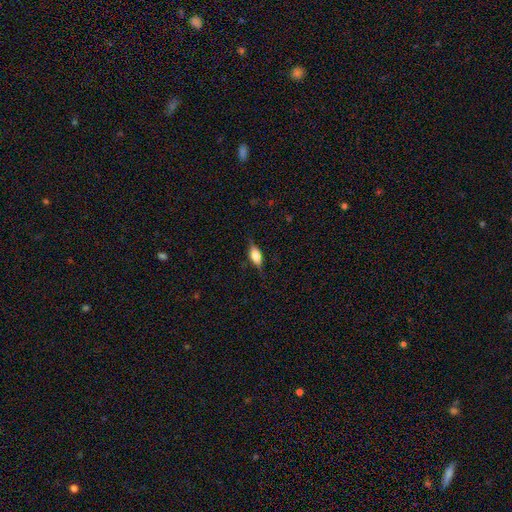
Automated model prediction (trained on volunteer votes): Morphology: type=smooth (50%); merging=none (76%).